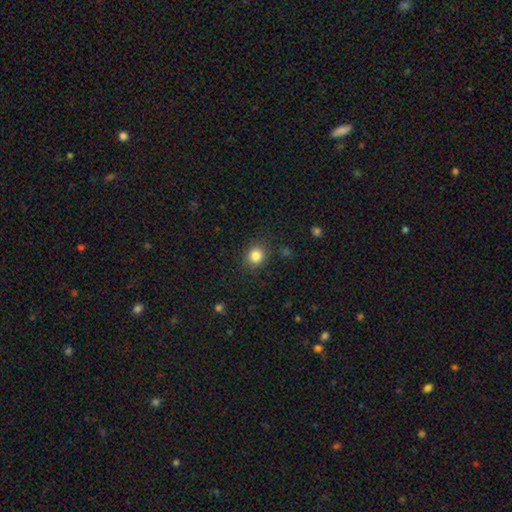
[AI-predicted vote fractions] Overall: smooth (84%). How rounded: round (79%). Merging: none (86%).